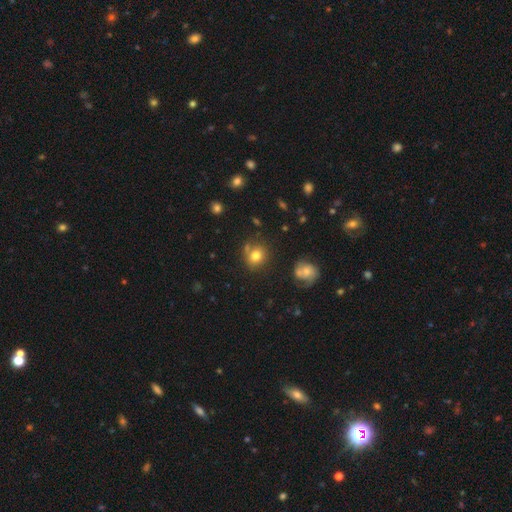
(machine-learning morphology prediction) The model was most divided on "how rounded": round: 75%, in between: 24%, cigar-shaped: 1%. More confident: smooth or featured — smooth (78%); merging — none (69%).